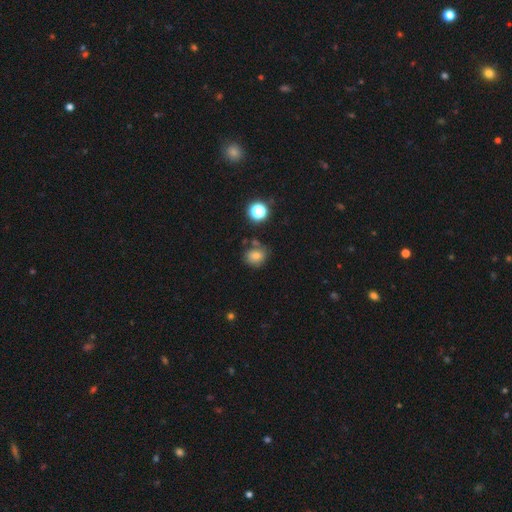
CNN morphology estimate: Overall: smooth (73%). How rounded: round (67%; in between 32%). Merging: none (66%).